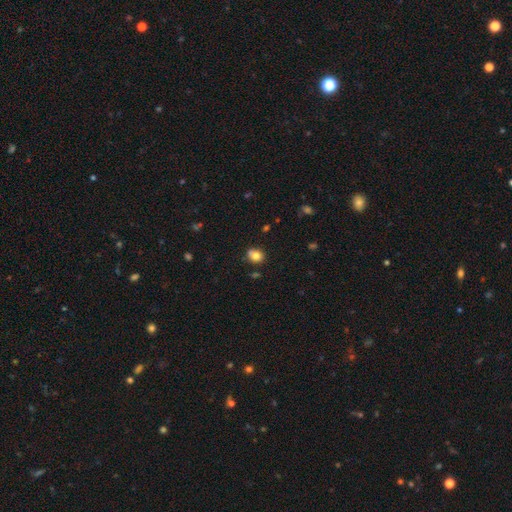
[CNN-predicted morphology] Smooth or featured? Predicted: smooth (p=0.79). How rounded? Predicted: round (p=0.65). Merging? Predicted: none (p=0.64).